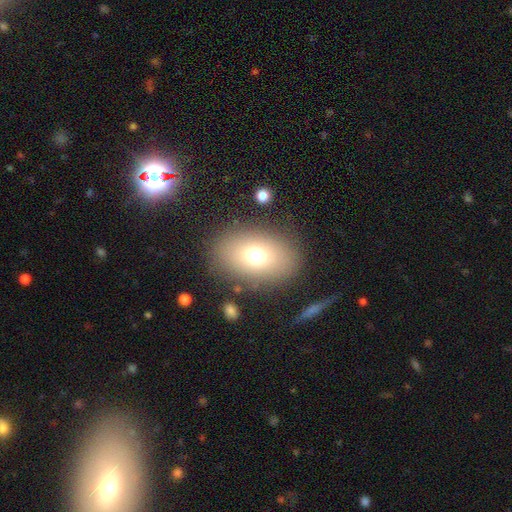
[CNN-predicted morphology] This is likely a smooth galaxy (71%). How rounded: likely in between (72%). Merging: clearly none (83%).